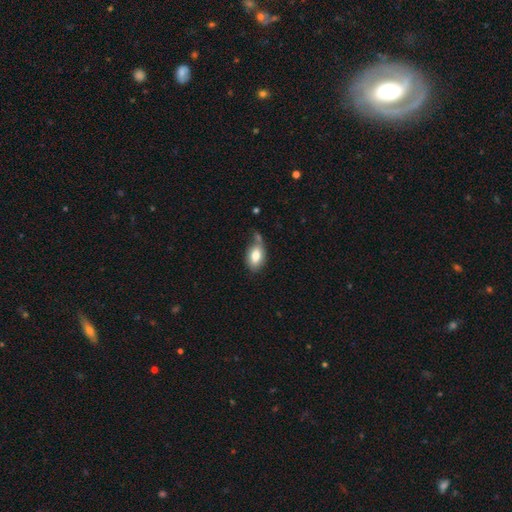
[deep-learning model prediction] smooth_or_featured: smooth (p=0.78) [alt: featured or disk p=0.15]
how_rounded: in between (p=0.89) [alt: round p=0.09]
merging: none (p=0.49) [alt: minor disturbance p=0.27]